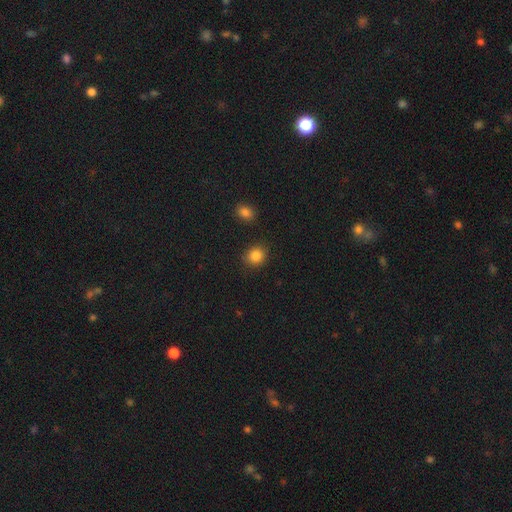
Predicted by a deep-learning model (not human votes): smooth_or_featured: smooth (p=0.86) [alt: star or artifact p=0.10]
how_rounded: round (p=0.76) [alt: in between p=0.23]
merging: none (p=0.86) [alt: minor disturbance p=0.09]